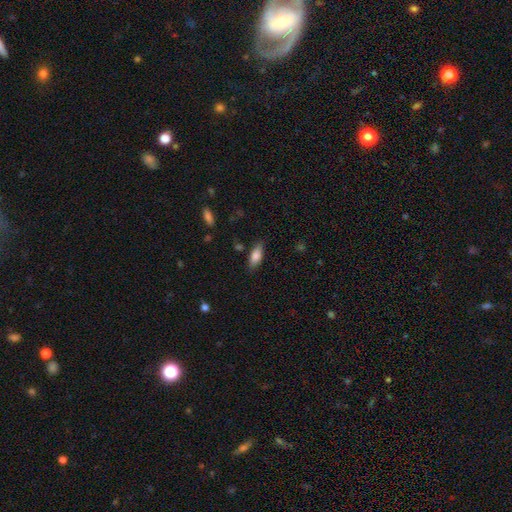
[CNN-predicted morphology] Overall: smooth (79%). How rounded: in between (73%). Merging: none (82%).